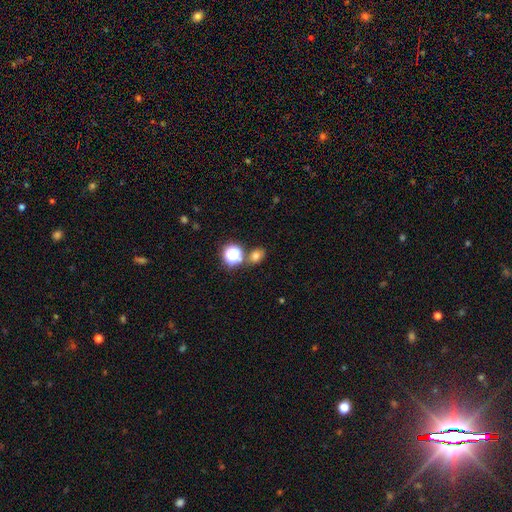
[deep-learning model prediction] Overall: smooth (69%). How rounded: in between (55%; round 44%). Merging: none (72%).